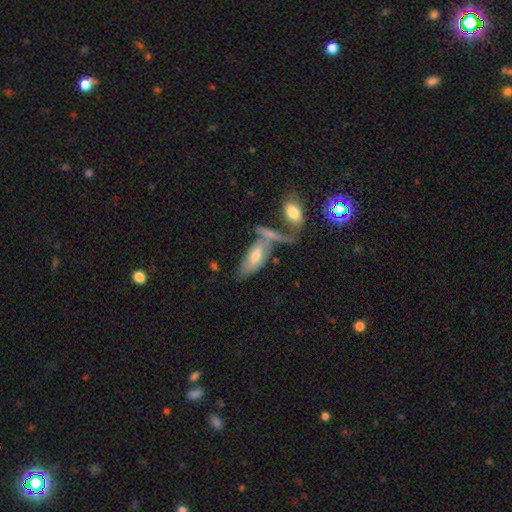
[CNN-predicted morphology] This appears to be a smooth galaxy with no disk features (58%) that is in between round and cigar-shaped (75%). Merging: none (38%).